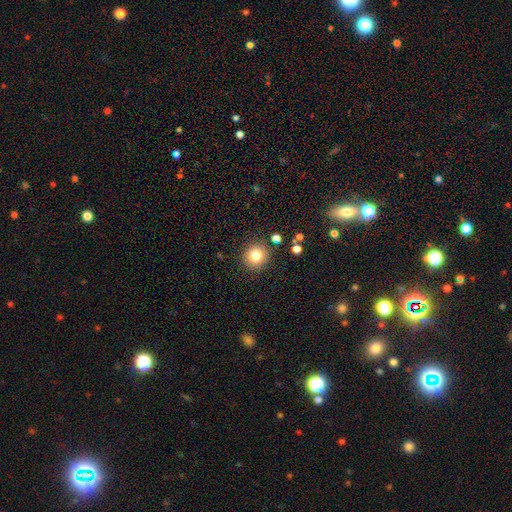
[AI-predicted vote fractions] A smooth galaxy with no disk features (81%) that is round (88%). Merging: none (87%).